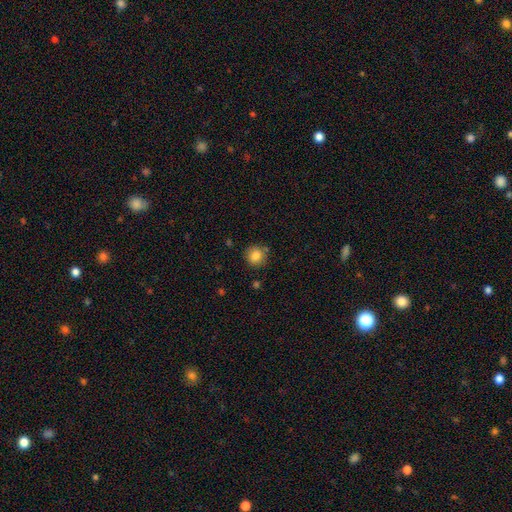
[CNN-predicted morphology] Smooth or featured?
  - smooth: 84% *
  - star or artifact: 10%
  - featured or disk: 6%
How rounded?
  - round: 92% *
  - in between: 7%
  - cigar-shaped: 1%
Merging?
  - none: 83% *
  - minor disturbance: 10%
  - merger: 4%
  - major disturbance: 3%